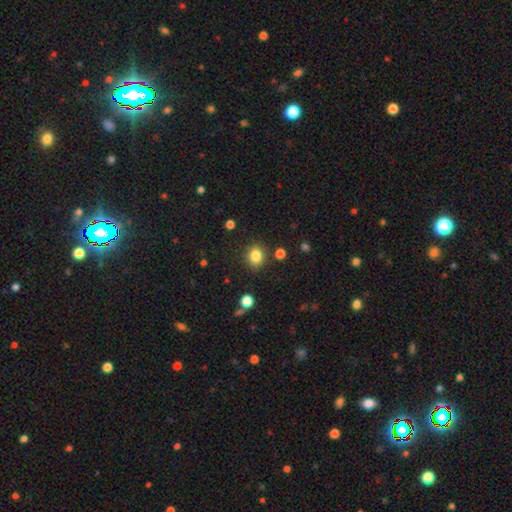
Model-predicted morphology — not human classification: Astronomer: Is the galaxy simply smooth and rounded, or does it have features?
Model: smooth — 83%.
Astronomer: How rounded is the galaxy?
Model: round — 70%.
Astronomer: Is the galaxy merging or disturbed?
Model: none — 84%.